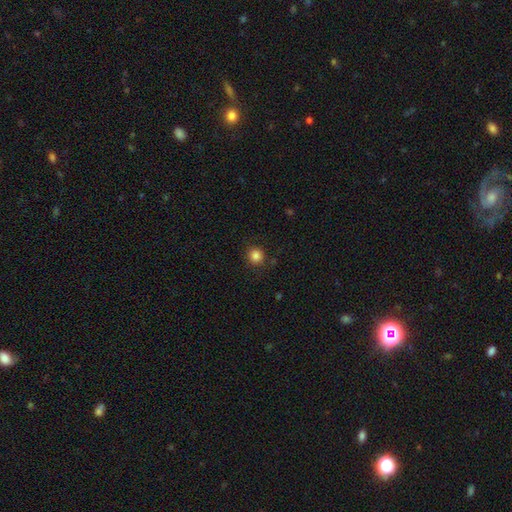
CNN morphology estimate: smooth 84%, star or artifact 12%, featured or disk 4%. Down the decision tree: how rounded — round (92%); merging — none (88%).